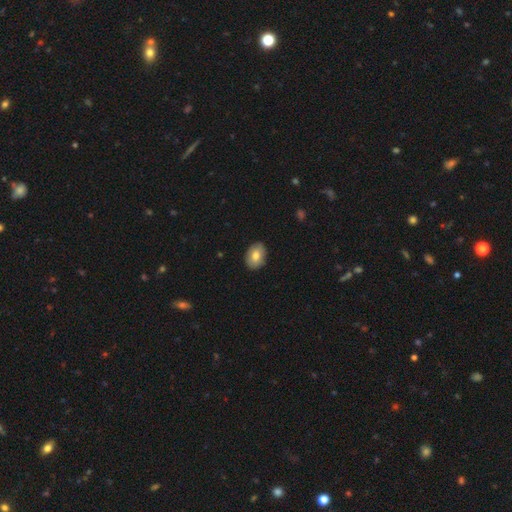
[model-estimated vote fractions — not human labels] smooth_or_featured: smooth (p=0.76) [alt: featured or disk p=0.17]
how_rounded: in between (p=0.77) [alt: round p=0.22]
merging: none (p=0.86) [alt: minor disturbance p=0.11]